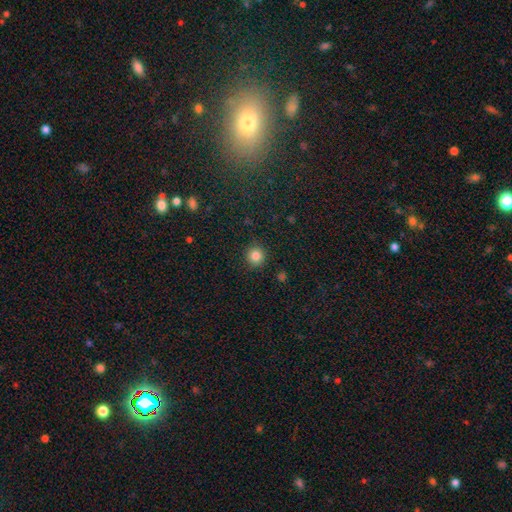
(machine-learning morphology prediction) Smooth or featured: smooth — 84% (star or artifact — 11%)
How rounded: round — 93% (in between — 6%)
Merging: none — 91% (minor disturbance — 6%)